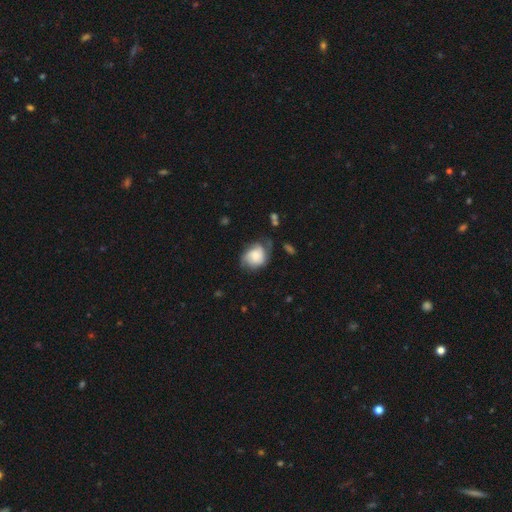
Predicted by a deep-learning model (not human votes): This is possibly a smooth galaxy (57%). How rounded: possibly round (55%). Merging: possibly none (46%).